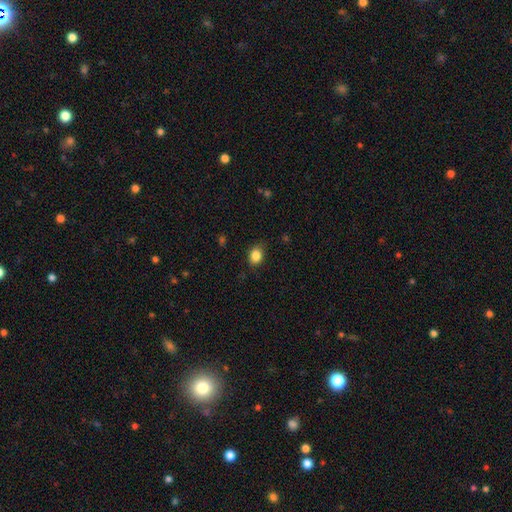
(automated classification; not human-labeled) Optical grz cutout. It shows a smooth galaxy with no disk features (86%) that is in between round and cigar-shaped (60%). Merging: none (81%).